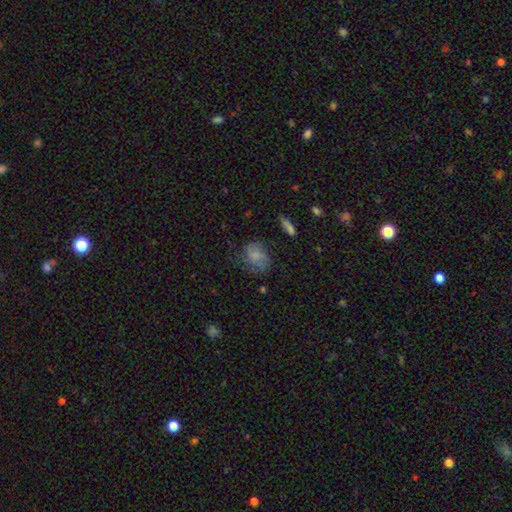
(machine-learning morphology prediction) Smooth or featured? Predicted: smooth (p=0.65). How rounded? Predicted: in between (p=0.52). Merging? Predicted: none (p=0.52).